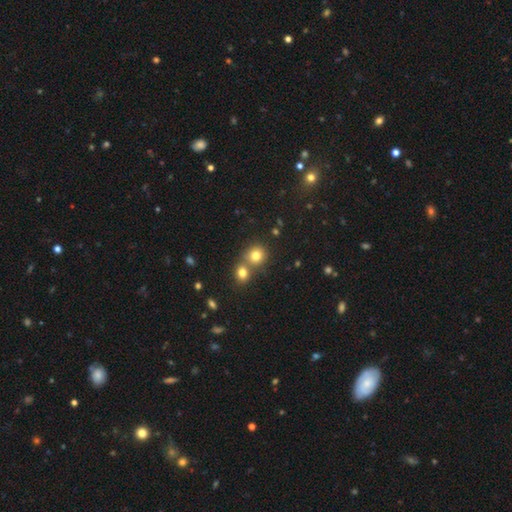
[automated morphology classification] Overall: smooth (79%). How rounded: round (84%). Merging: none (53%; merger 37%).